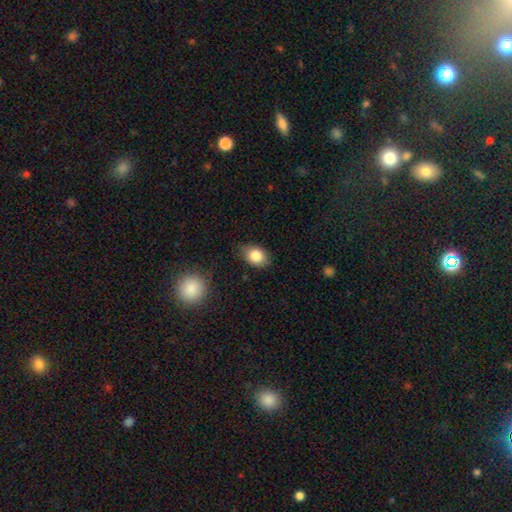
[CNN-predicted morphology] smooth_or_featured: smooth (p=0.85) [alt: star or artifact p=0.08]
how_rounded: in between (p=0.70) [alt: round p=0.29]
merging: none (p=0.77) [alt: minor disturbance p=0.18]